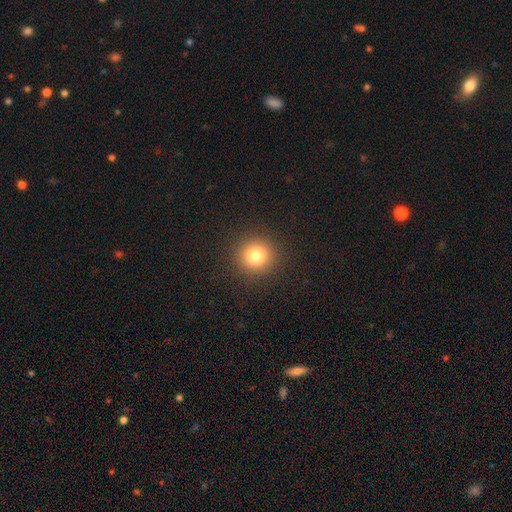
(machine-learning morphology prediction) A smooth galaxy with no disk features (81%) that is round (93%). Merging: none (91%).